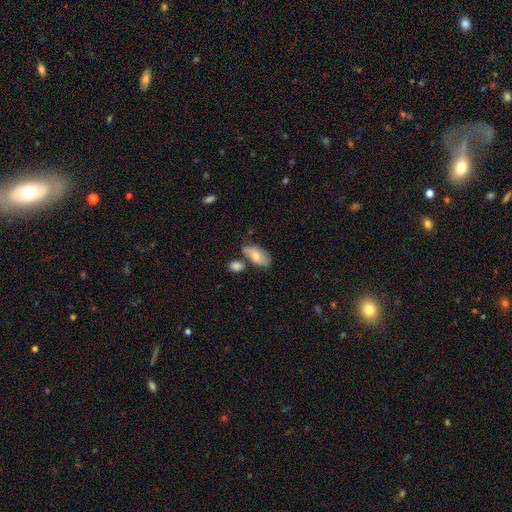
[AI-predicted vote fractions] smooth_or_featured: smooth (p=0.66) [alt: featured or disk p=0.27]
how_rounded: in between (p=0.92) [alt: round p=0.05]
merging: none (p=0.53) [alt: minor disturbance p=0.22]